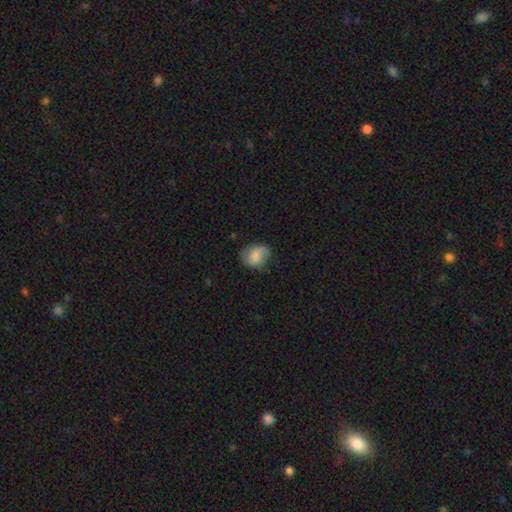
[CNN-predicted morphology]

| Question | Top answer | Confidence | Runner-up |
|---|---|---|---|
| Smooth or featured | smooth | 76% | featured or disk (16%) |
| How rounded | in between | 57% | round (42%) |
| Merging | none | 55% | minor disturbance (31%) |